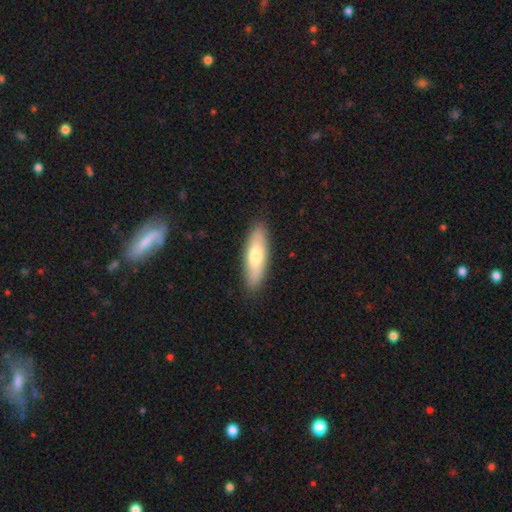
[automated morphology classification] The model was most divided on "how rounded": cigar-shaped: 52%, in between: 46%, round: 2%. More confident: merging — none (88%); smooth or featured — smooth (67%).